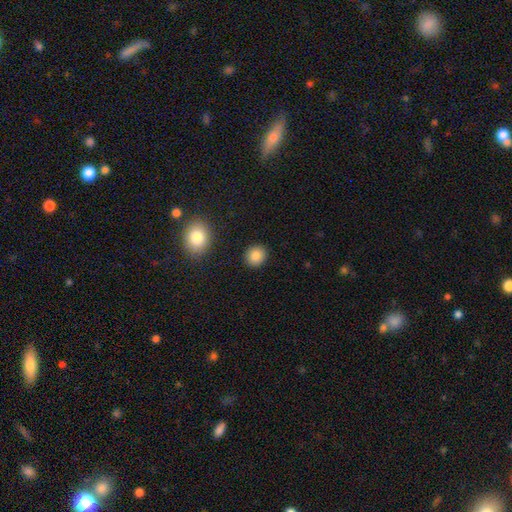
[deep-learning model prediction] Smooth or featured? smooth (86%)
How rounded? round (79%)
Merging? none (90%)